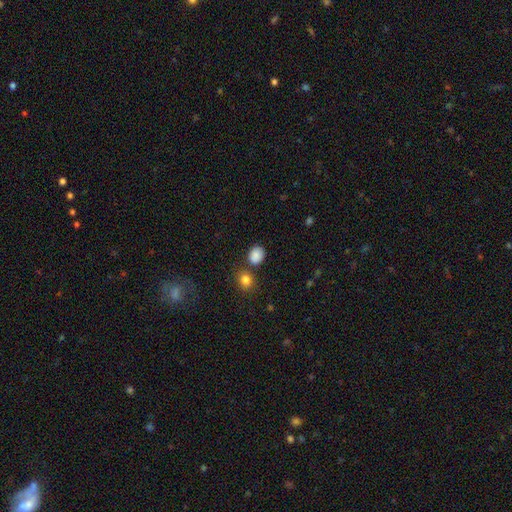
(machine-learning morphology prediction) Smooth or featured?
  - smooth: 86% *
  - star or artifact: 10%
  - featured or disk: 4%
How rounded?
  - round: 56% *
  - in between: 43%
  - cigar-shaped: 1%
Merging?
  - none: 73% *
  - minor disturbance: 13%
  - merger: 10%
  - major disturbance: 4%